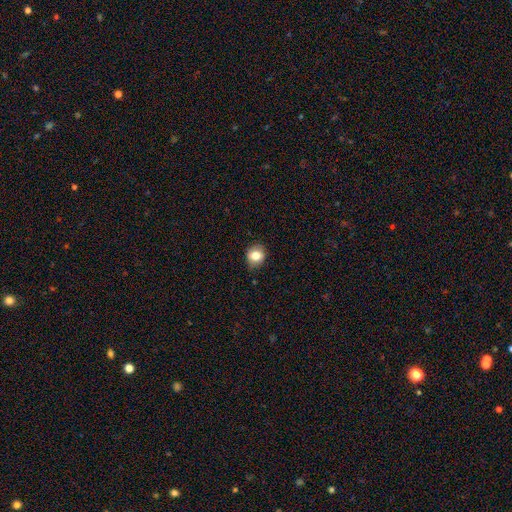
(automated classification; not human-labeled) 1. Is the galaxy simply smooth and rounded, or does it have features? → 79% smooth, 11% featured or disk, 10% star or artifact.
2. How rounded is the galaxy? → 75% round, 24% in between, 1% cigar-shaped.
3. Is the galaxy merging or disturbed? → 80% none, 16% minor disturbance, 3% major disturbance, 1% merger.